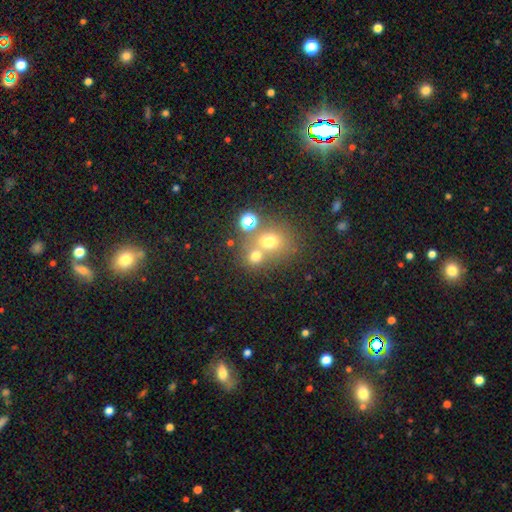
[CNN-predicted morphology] Smooth or featured: smooth — 65% (star or artifact — 20%)
How rounded: round — 75% (in between — 24%)
Merging: merger — 45% (none — 43%)